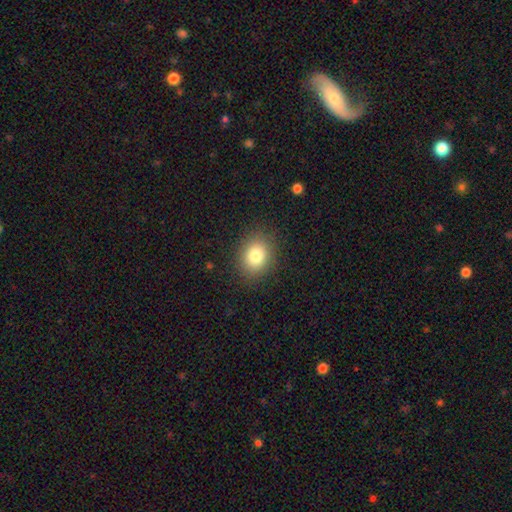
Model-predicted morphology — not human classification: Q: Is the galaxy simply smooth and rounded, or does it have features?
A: smooth — 80%.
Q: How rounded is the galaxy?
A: round — 57%.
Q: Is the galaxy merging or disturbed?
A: none — 87%.